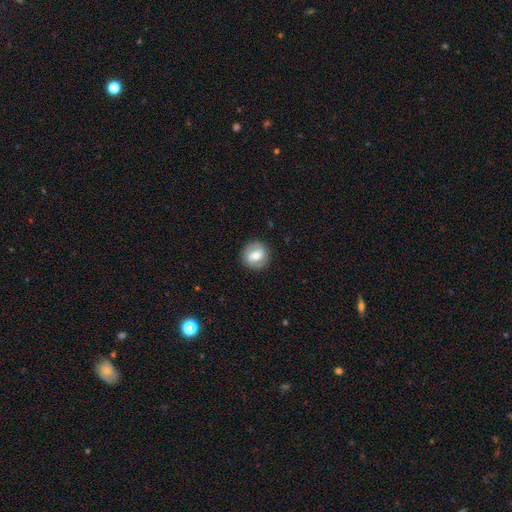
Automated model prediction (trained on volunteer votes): smooth-or-featured: smooth: 58% | featured or disk: 34% | star or artifact: 8%
  how-rounded: round: 90% | in between: 9% | cigar-shaped: 1%
  merging: none: 88% | minor disturbance: 8% | major disturbance: 3% | merger: 1%